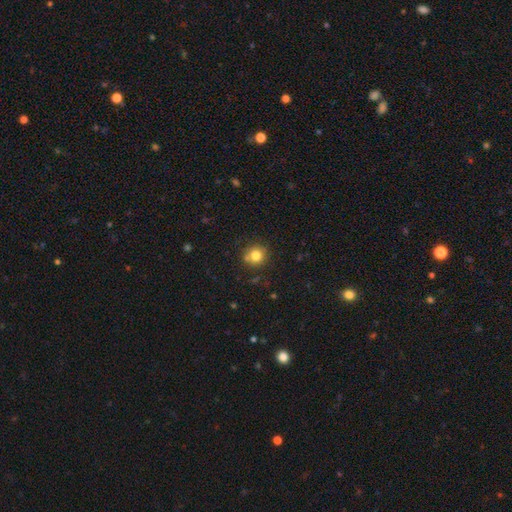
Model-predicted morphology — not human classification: A smooth galaxy with no disk features (80%) that is round (91%). Merging: none (79%).